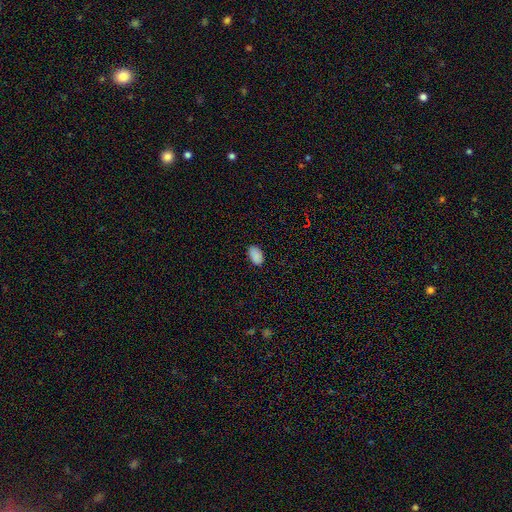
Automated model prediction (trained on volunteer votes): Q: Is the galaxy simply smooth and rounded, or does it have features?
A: smooth — 88%.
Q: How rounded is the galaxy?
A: in between — 93%.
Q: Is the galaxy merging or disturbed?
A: none — 86%.